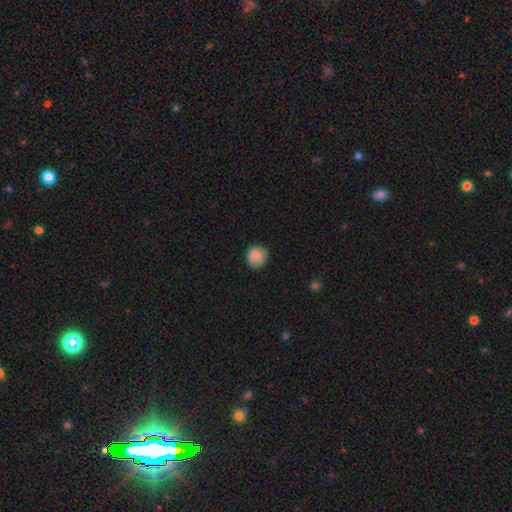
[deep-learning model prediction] Q: Smooth or featured?
A: smooth (87%); runner-up: star or artifact (8%)
Q: How rounded?
A: round (88%); runner-up: in between (11%)
Q: Merging?
A: none (80%); runner-up: minor disturbance (16%)